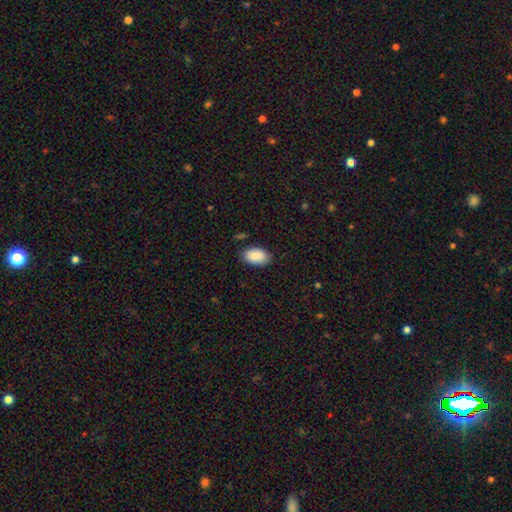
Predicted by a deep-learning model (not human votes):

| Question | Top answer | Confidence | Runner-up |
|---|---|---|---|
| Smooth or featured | smooth | 90% | star or artifact (7%) |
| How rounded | in between | 93% | round (6%) |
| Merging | none | 83% | minor disturbance (13%) |